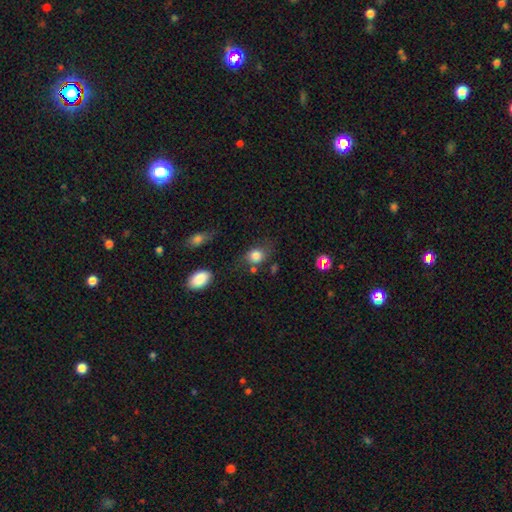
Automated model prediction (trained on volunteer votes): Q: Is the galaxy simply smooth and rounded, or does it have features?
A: smooth — 82%.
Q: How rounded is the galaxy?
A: round — 58%.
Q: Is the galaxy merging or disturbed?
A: none — 60%.